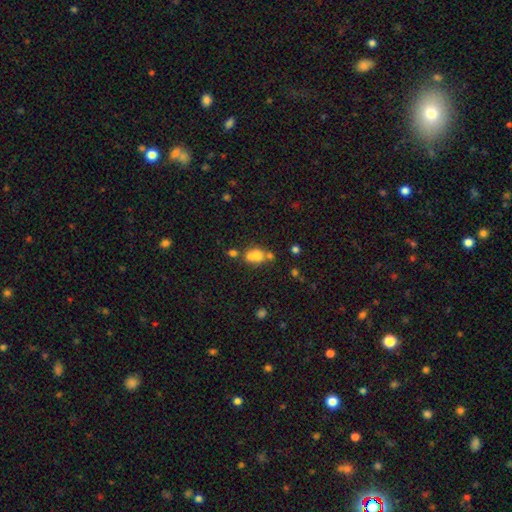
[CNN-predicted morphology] type=smooth (64%); roundness=round (62%); merging=merger (56%).